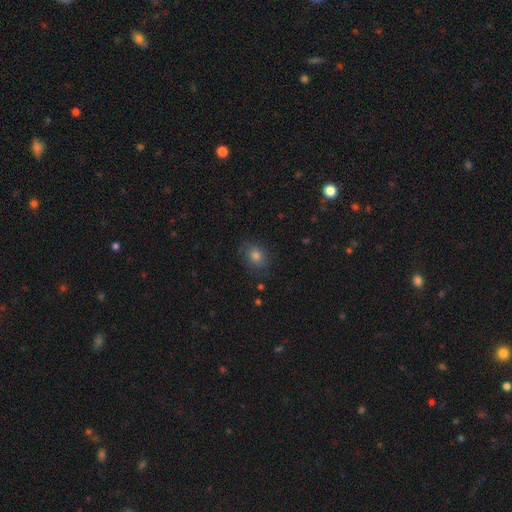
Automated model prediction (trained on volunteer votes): The model was most divided on "how rounded": round: 53%, in between: 46%, cigar-shaped: 1%. More confident: merging — none (79%); smooth or featured — smooth (68%).